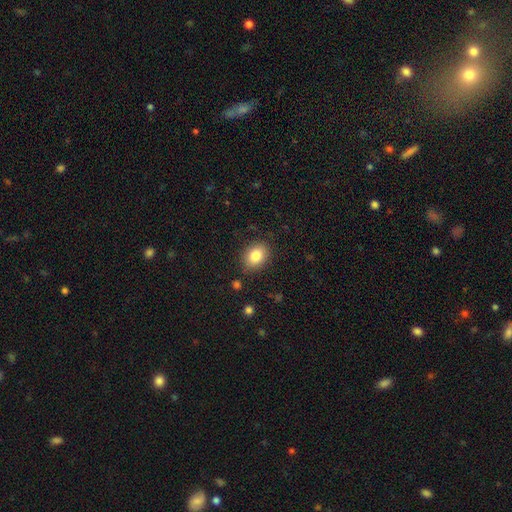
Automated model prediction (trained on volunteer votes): The model was most divided on "how rounded": in between: 66%, round: 33%, cigar-shaped: 1%. More confident: merging — none (85%); smooth or featured — smooth (83%).